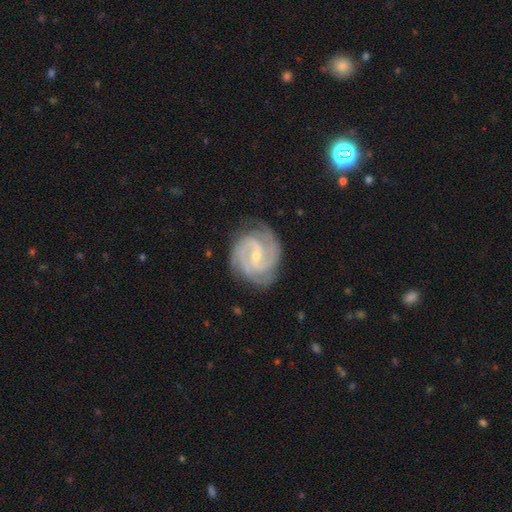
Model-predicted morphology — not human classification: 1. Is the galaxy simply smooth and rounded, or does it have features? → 91% featured or disk, 5% smooth, 4% star or artifact.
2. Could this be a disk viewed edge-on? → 98% no, 2% yes.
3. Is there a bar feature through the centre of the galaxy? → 53% weak, 25% no, 22% strong.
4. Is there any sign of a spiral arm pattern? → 98% yes, 2% no.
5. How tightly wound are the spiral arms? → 56% tight, 39% medium, 5% loose.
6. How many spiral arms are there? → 47% 2, 30% 3, 8% can't tell, 7% 4, 4% 1, 4% more than 4.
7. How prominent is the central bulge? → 67% small, 29% moderate, 2% none, 1% large, 1% dominant.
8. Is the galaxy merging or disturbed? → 79% none, 16% minor disturbance, 4% major disturbance, 1% merger.